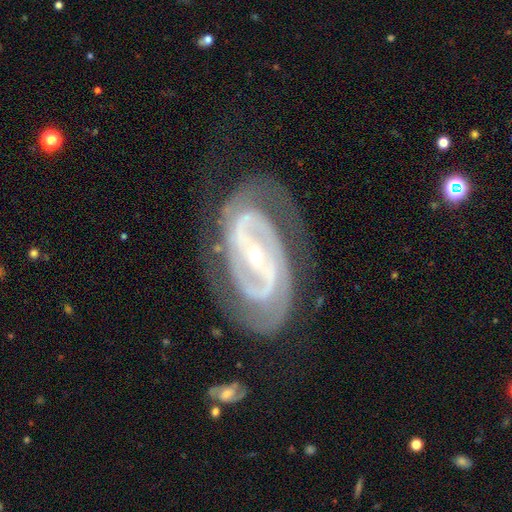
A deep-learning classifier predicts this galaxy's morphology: Overall: featured or disk (91%). Edge-on disk: no (96%). Bar: strong (57%; weak 26%). Spiral arms: yes (96%). Spiral arm count: 2 (72%). Spiral winding: tight (58%; medium 35%). Bulge size: small (72%). Merging: none (71%).